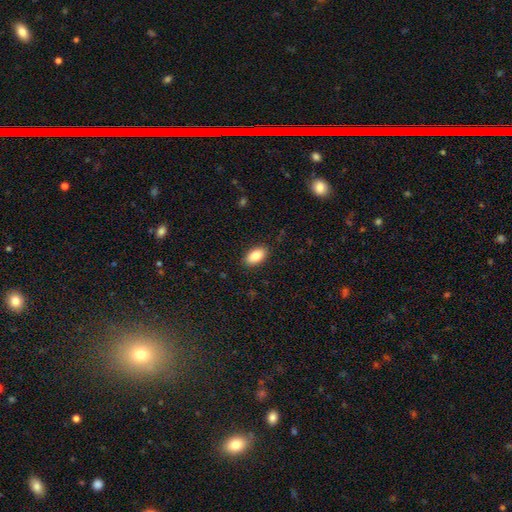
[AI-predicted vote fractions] smooth-or-featured: smooth: 86% | featured or disk: 7% | star or artifact: 7%
  how-rounded: in between: 94% | round: 4% | cigar-shaped: 2%
  merging: none: 89% | minor disturbance: 8% | major disturbance: 2% | merger: 1%